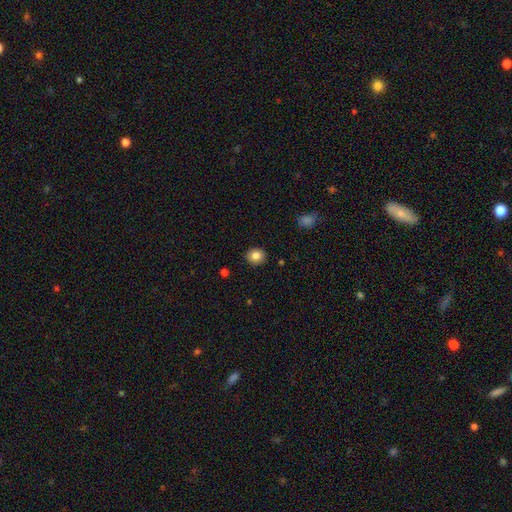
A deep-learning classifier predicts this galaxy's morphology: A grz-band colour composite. It shows a smooth galaxy with no disk features (84%) that is round (80%). Merging: none (91%).